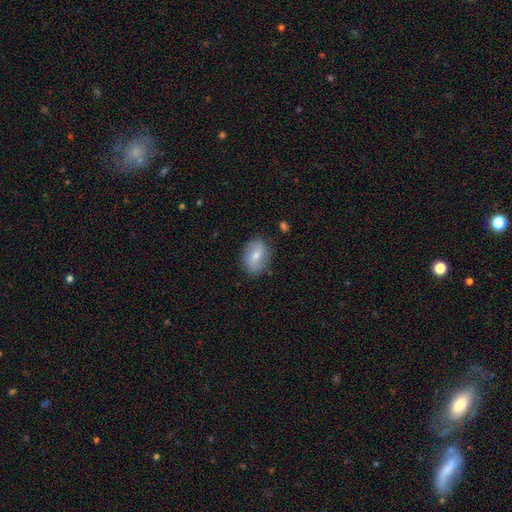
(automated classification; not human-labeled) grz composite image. It shows a smooth galaxy with no disk features (65%) that is in between round and cigar-shaped (72%). Merging: none (82%).